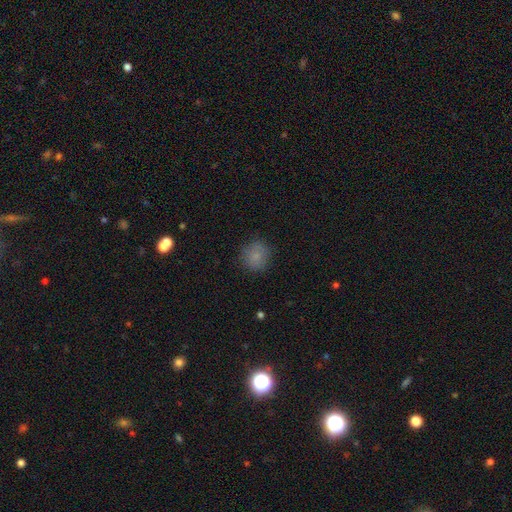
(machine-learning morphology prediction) A smooth galaxy with no disk features (80%) that is round (87%). Merging: none (82%).